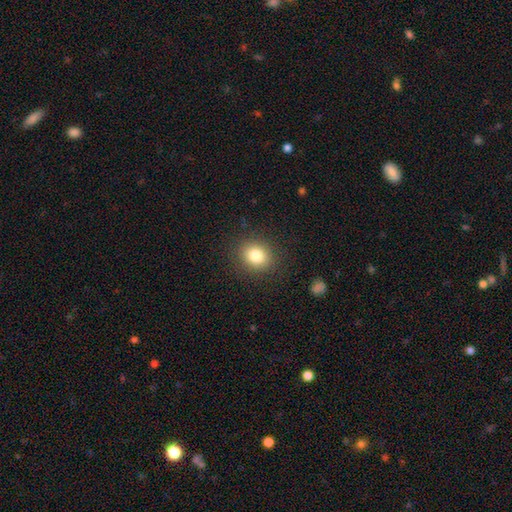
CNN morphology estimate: type=smooth (81%); roundness=round (70%); merging=none (88%).